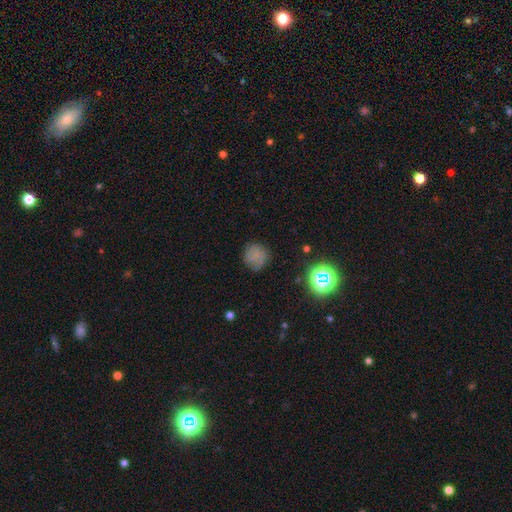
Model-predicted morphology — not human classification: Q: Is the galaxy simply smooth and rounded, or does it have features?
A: smooth — 65%.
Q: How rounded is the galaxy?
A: round — 87%.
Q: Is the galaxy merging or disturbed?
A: none — 75%.